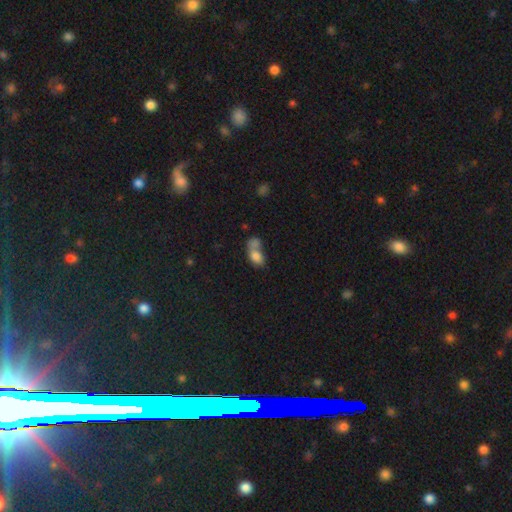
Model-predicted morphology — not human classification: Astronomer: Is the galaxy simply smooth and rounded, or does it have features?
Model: smooth — 78%.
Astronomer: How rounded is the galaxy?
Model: in between — 81%.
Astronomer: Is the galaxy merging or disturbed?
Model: merger — 63%.